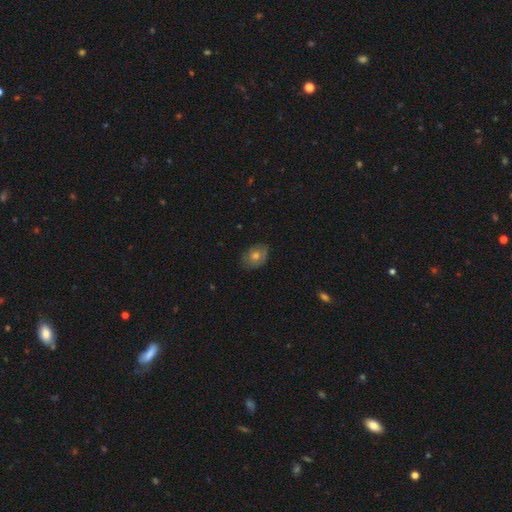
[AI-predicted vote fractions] Q: Smooth or featured?
A: smooth (60%); runner-up: featured or disk (29%)
Q: How rounded?
A: in between (64%); runner-up: round (35%)
Q: Merging?
A: none (78%); runner-up: minor disturbance (17%)